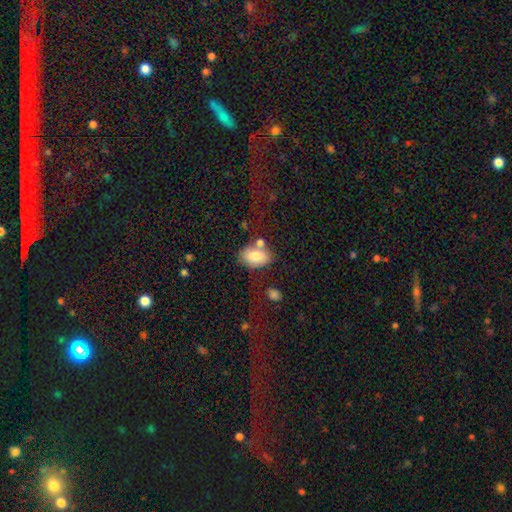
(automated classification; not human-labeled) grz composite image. It shows a smooth galaxy with no disk features (76%) that is in between round and cigar-shaped (83%). Merging: none (60%).